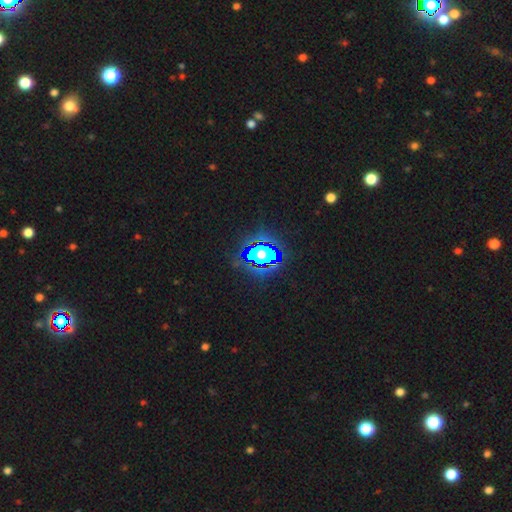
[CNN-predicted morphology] Smooth or featured? star or artifact (65%)